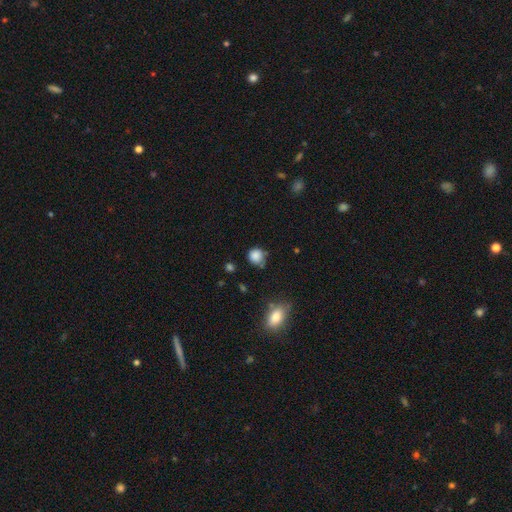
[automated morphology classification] type=smooth (84%); roundness=round (86%); merging=none (65%).